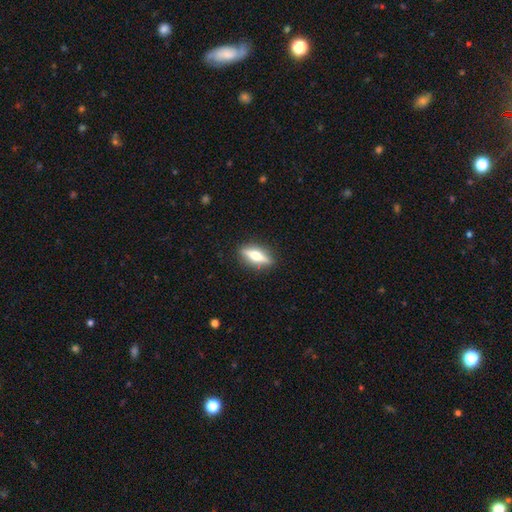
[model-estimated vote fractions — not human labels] A featured or disk galaxy (62%) viewed edge-on (93%) with a rounded central bulge (94%).

Vote fractions:
- Smooth or featured? featured or disk: 62% / smooth: 32% / star or artifact: 6%
- Edge-on disk? yes: 93% / no: 7%
- Edge-on bulge? rounded: 94% / boxy: 4% / none: 2%
- Merging? none: 90% / minor disturbance: 7% / major disturbance: 2% / merger: 1%